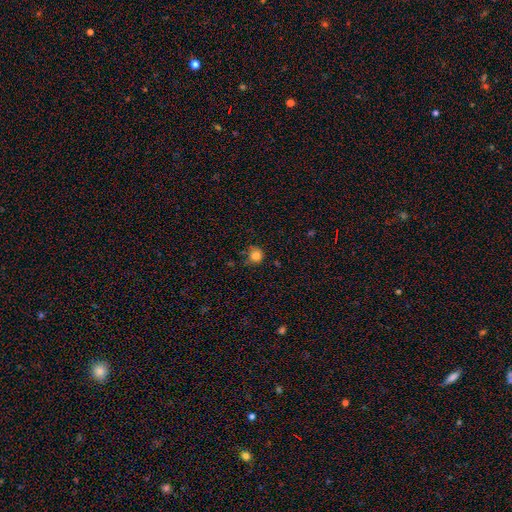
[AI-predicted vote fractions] smooth-or-featured: smooth: 83% | star or artifact: 12% | featured or disk: 5%
  how-rounded: round: 90% | in between: 9% | cigar-shaped: 1%
  merging: none: 72% | minor disturbance: 21% | major disturbance: 5% | merger: 3%